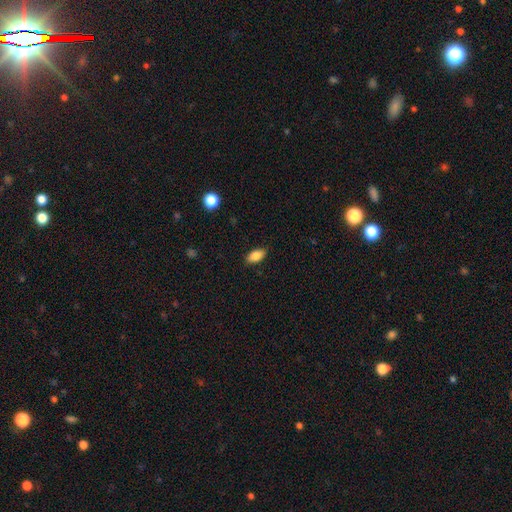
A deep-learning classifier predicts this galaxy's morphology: Q: Smooth or featured?
A: smooth (85%); runner-up: star or artifact (8%)
Q: How rounded?
A: in between (91%); runner-up: cigar-shaped (4%)
Q: Merging?
A: none (87%); runner-up: minor disturbance (10%)